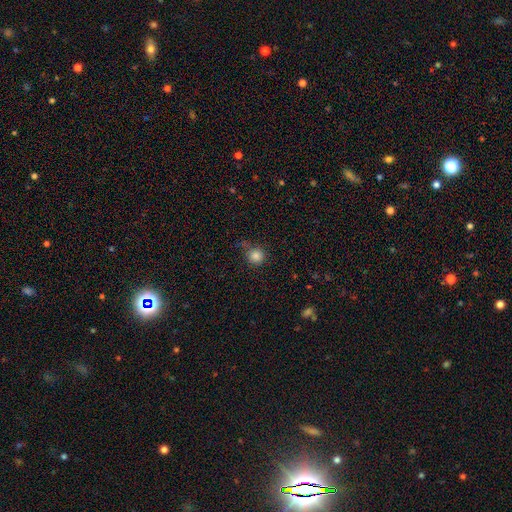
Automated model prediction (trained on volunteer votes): Smooth or featured? Predicted: smooth (p=0.84). How rounded? Predicted: round (p=0.94). Merging? Predicted: none (p=0.69).